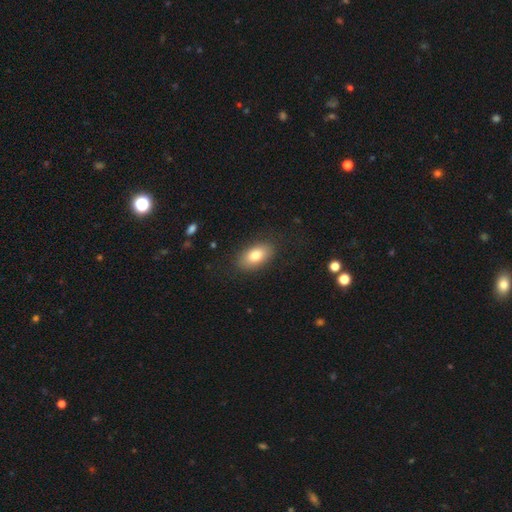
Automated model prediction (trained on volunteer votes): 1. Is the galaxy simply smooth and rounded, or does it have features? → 79% smooth, 13% featured or disk, 7% star or artifact.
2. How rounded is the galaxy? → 92% in between, 6% round, 2% cigar-shaped.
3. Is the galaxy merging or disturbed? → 86% none, 10% minor disturbance, 3% major disturbance, 1% merger.